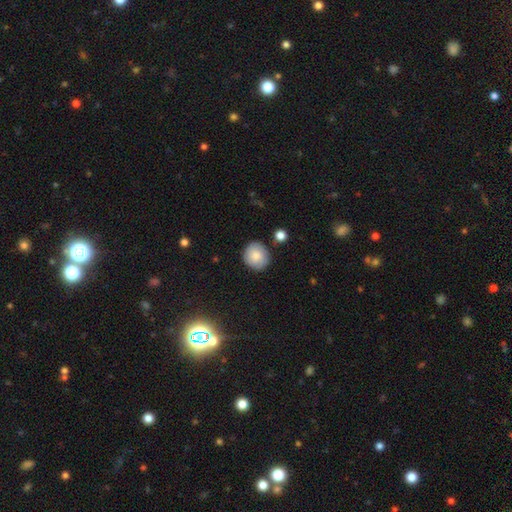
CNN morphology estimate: A smooth galaxy with no disk features (81%) that is round (85%).

Vote fractions:
- Smooth or featured? smooth: 81% / featured or disk: 11% / star or artifact: 8%
- How rounded? round: 85% / in between: 14% / cigar-shaped: 1%
- Merging? none: 85% / minor disturbance: 10% / merger: 2% / major disturbance: 2%